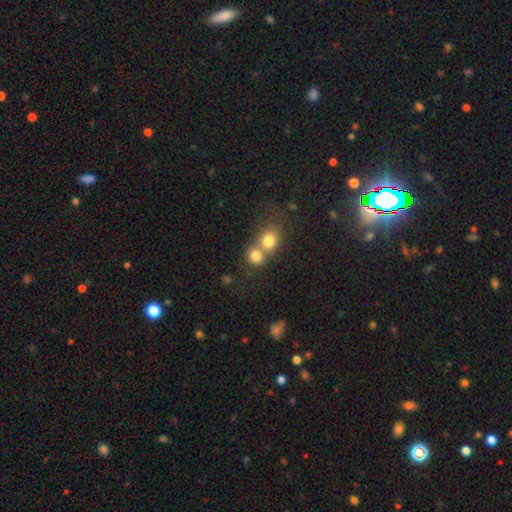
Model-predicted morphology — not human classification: smooth 78%, star or artifact 12%, featured or disk 10%. Down the decision tree: how rounded — round (79%); merging — merger (59%).